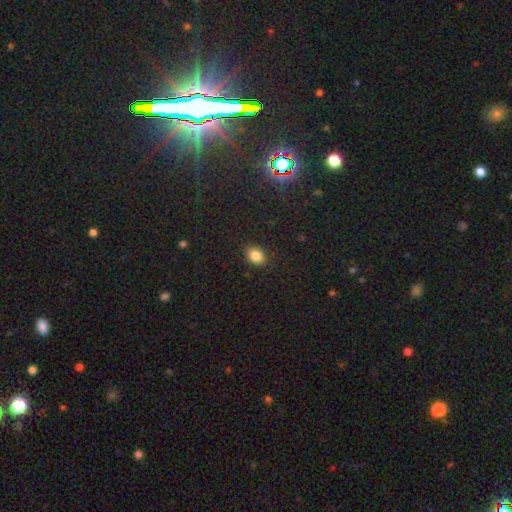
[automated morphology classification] smooth-or-featured: smooth: 84% | star or artifact: 10% | featured or disk: 6%
  how-rounded: in between: 67% | round: 32% | cigar-shaped: 1%
  merging: none: 88% | minor disturbance: 9% | major disturbance: 2% | merger: 1%